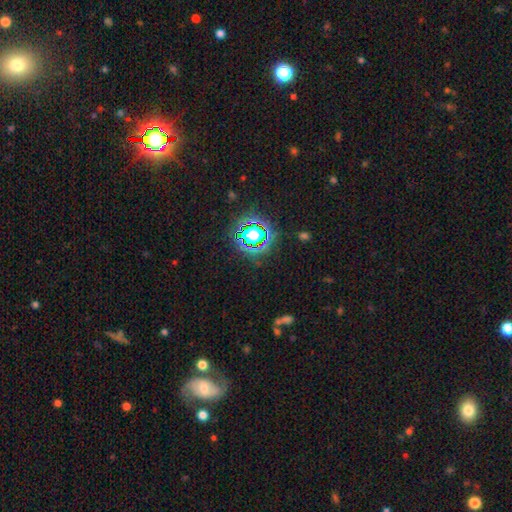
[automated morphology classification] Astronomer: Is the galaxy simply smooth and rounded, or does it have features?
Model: star or artifact — 72%.